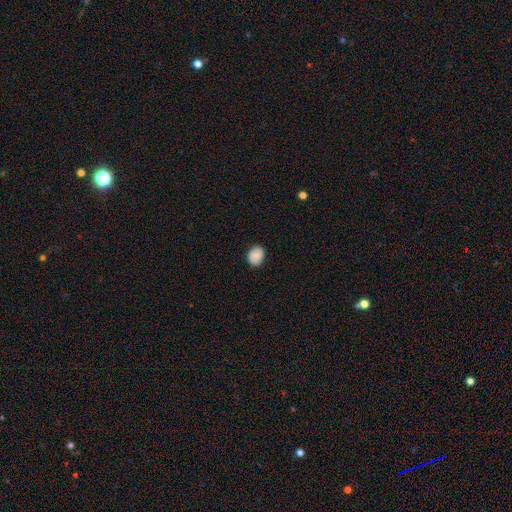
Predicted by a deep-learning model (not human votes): A smooth galaxy with no disk features (85%) that is in between round and cigar-shaped (51%). Merging: none (85%).